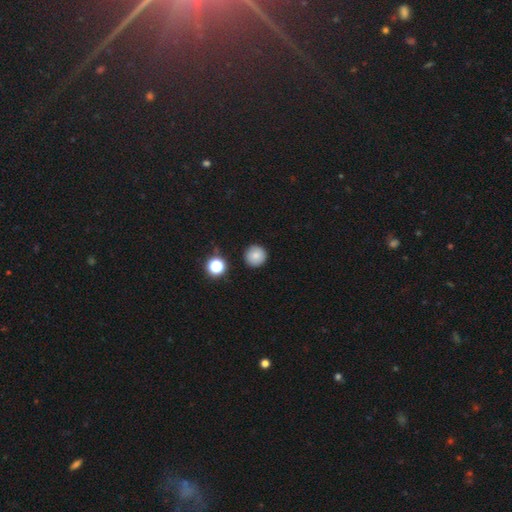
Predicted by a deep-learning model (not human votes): smooth 82%, star or artifact 11%, featured or disk 7%. Down the decision tree: how rounded — round (95%); merging — none (90%).